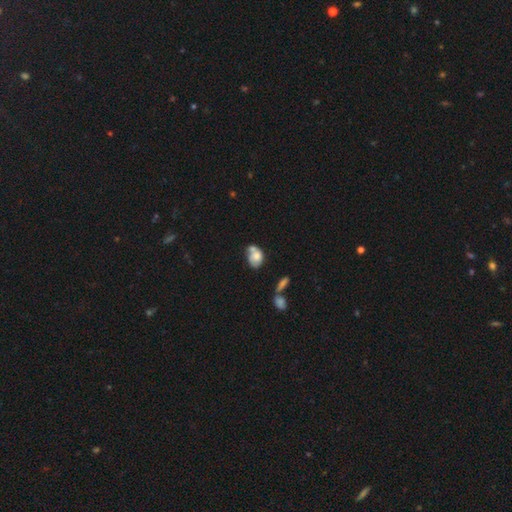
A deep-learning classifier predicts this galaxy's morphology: A smooth galaxy with no disk features (60%) that is in between round and cigar-shaped (66%). Merging: merger (37%).